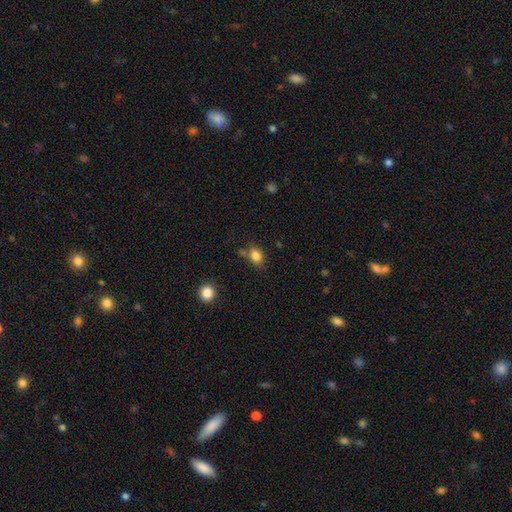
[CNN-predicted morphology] This appears to be a smooth galaxy with no disk features (83%) that is in between round and cigar-shaped (65%). Merging: none (62%).